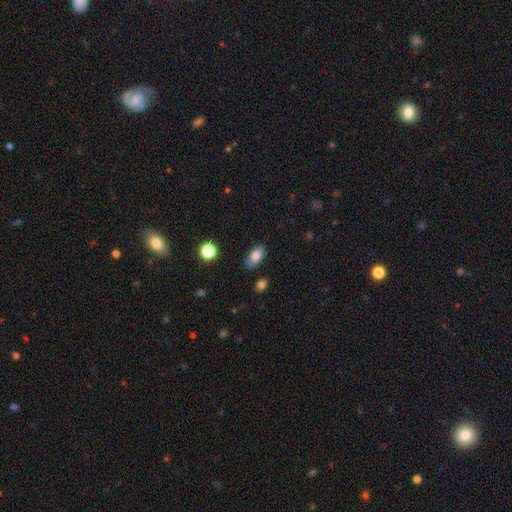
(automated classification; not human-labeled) Smooth or featured: smooth — 79% (featured or disk — 13%)
How rounded: in between — 90% (round — 6%)
Merging: none — 81% (minor disturbance — 14%)